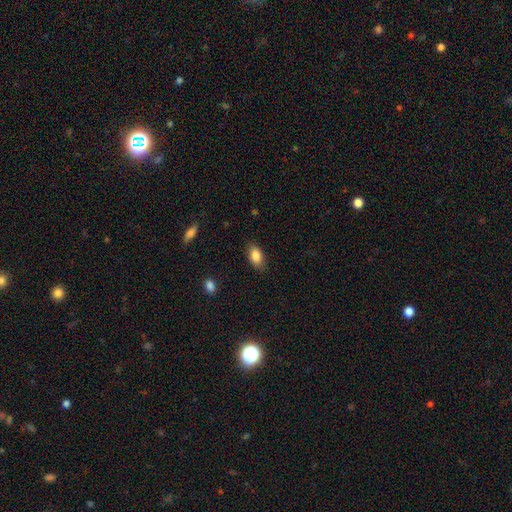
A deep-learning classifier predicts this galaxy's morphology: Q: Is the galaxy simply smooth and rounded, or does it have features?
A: smooth — 85%.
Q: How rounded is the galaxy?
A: in between — 90%.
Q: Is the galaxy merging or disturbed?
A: none — 85%.